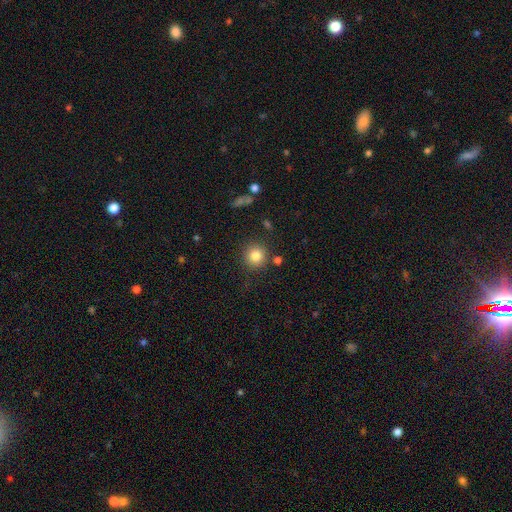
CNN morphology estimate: Smooth or featured?
  - smooth: 83% *
  - star or artifact: 11%
  - featured or disk: 6%
How rounded?
  - round: 92% *
  - in between: 7%
  - cigar-shaped: 1%
Merging?
  - none: 86% *
  - minor disturbance: 8%
  - merger: 4%
  - major disturbance: 3%